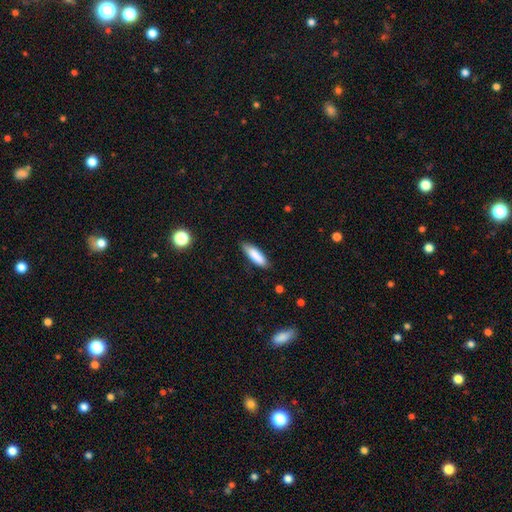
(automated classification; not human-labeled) Q: Smooth or featured?
A: smooth (85%); runner-up: featured or disk (9%)
Q: How rounded?
A: cigar-shaped (50%); runner-up: in between (48%)
Q: Merging?
A: none (82%); runner-up: minor disturbance (15%)